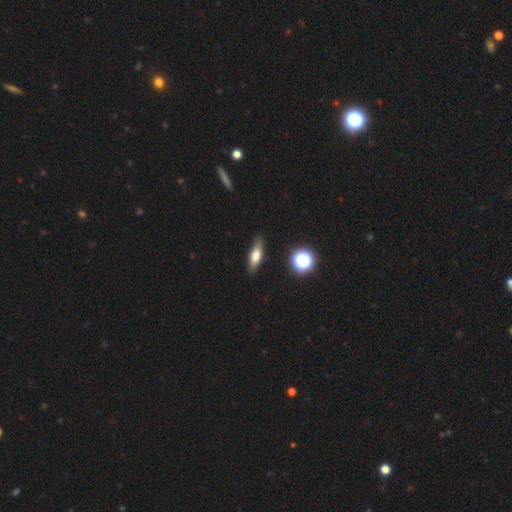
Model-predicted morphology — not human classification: Q: Smooth or featured?
A: smooth (68%); runner-up: featured or disk (22%)
Q: How rounded?
A: in between (48%); runner-up: cigar-shaped (47%)
Q: Merging?
A: none (85%); runner-up: minor disturbance (11%)